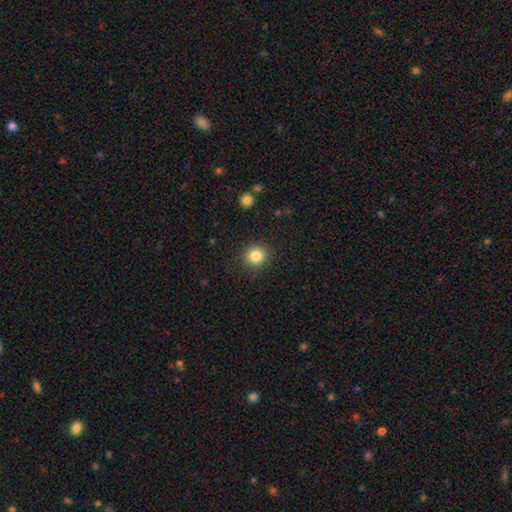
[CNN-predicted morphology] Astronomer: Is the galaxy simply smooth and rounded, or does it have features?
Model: smooth — 83%.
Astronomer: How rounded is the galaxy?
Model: round — 92%.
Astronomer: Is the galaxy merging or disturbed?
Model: none — 90%.